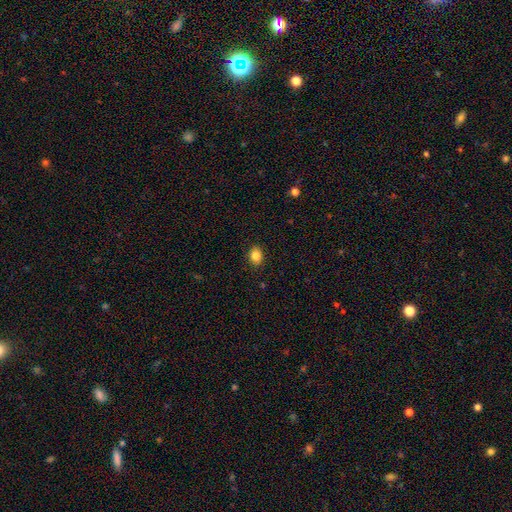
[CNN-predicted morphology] The model was most divided on "how rounded": in between: 58%, round: 41%, cigar-shaped: 1%. More confident: merging — none (89%); smooth or featured — smooth (86%).